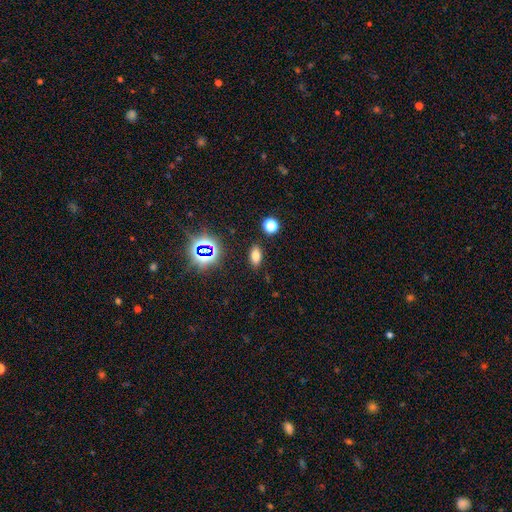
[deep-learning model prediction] The model was most divided on "smooth or featured": smooth: 71%, star or artifact: 20%, featured or disk: 8%. More confident: merging — none (87%); how rounded — in between (86%).